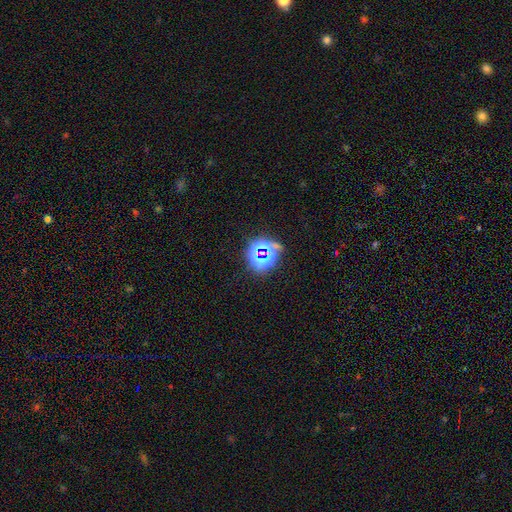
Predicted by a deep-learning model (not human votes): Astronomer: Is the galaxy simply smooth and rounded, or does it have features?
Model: star or artifact — 68%.